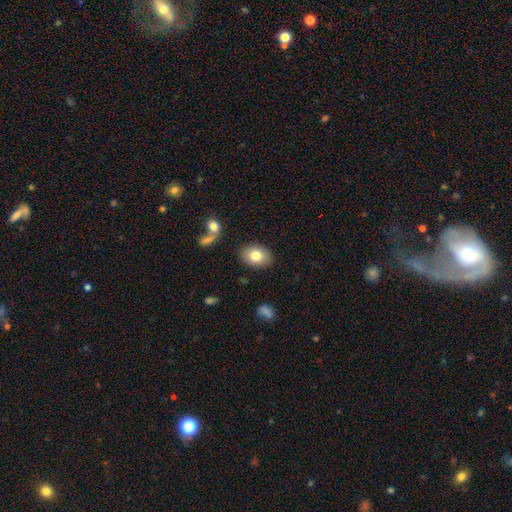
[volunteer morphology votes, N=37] smooth 81%, featured or disk 16%, star or artifact 3%. Down the decision tree: how rounded — in between (83%); merging — none (94%).